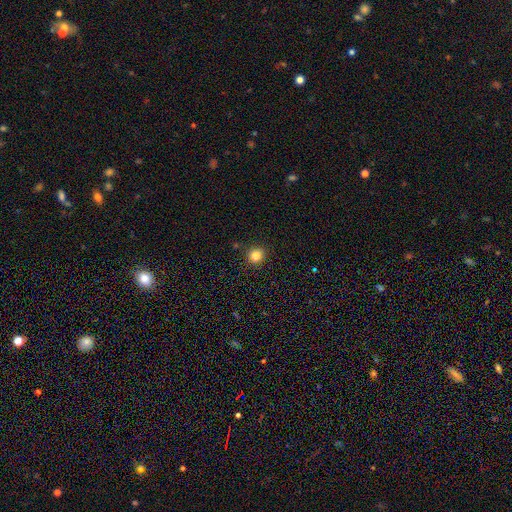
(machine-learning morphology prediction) type=smooth (84%); roundness=round (88%); merging=none (89%).